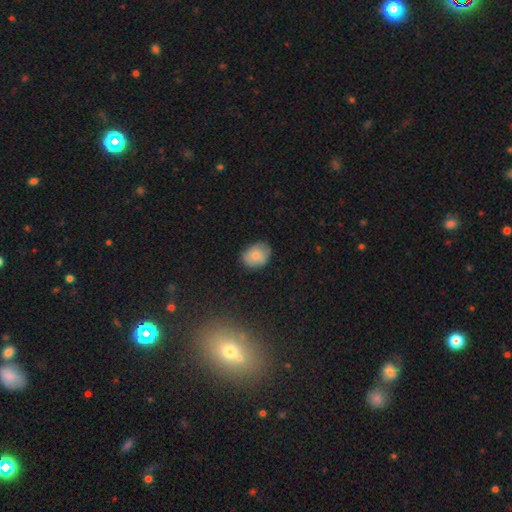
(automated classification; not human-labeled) This is likely a smooth galaxy (78%). How rounded: possibly in between (53%). Merging: likely none (72%).